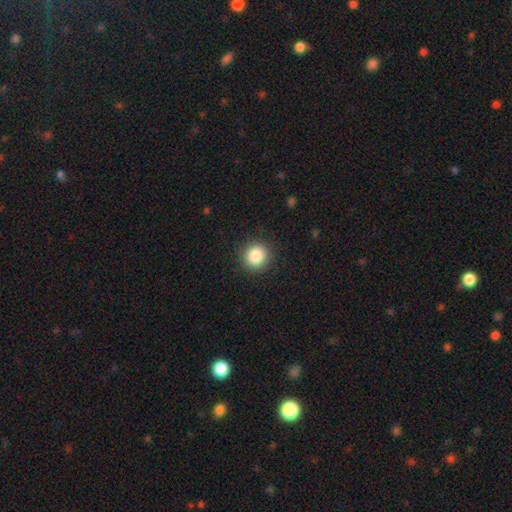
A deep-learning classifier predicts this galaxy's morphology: Smooth or featured? Predicted: smooth (p=0.86). How rounded? Predicted: round (p=0.91). Merging? Predicted: none (p=0.90).